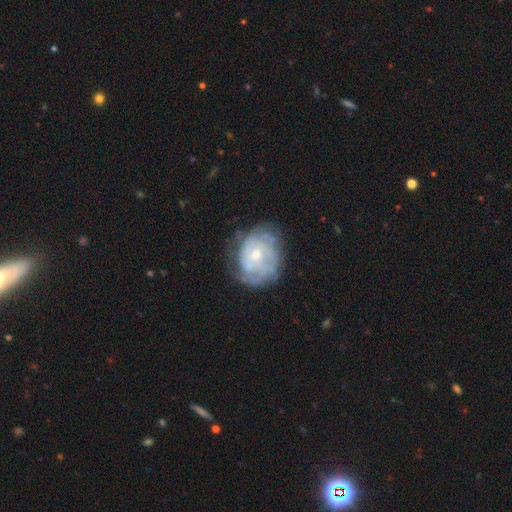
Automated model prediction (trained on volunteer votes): Q: Smooth or featured?
A: featured or disk (74%); runner-up: smooth (19%)
Q: Edge-on disk?
A: no (97%); runner-up: yes (3%)
Q: Bar?
A: no (76%); runner-up: weak (21%)
Q: Spiral arms?
A: yes (80%); runner-up: no (20%)
Q: Spiral winding?
A: tight (66%); runner-up: medium (25%)
Q: Spiral arm count?
A: can't tell (53%); runner-up: 2 (16%)
Q: Bulge size?
A: small (51%); runner-up: moderate (44%)
Q: Merging?
A: none (63%); runner-up: minor disturbance (23%)